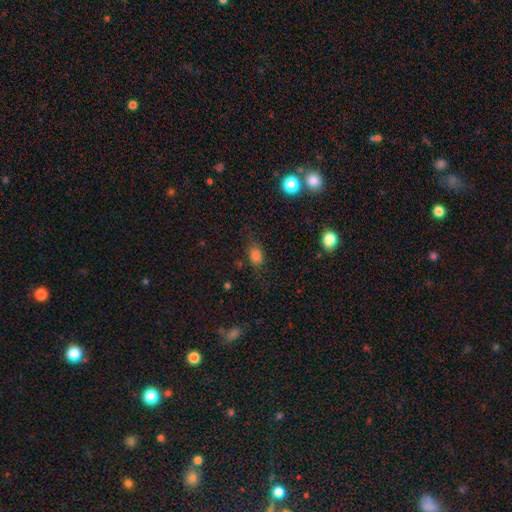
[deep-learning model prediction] Smooth or featured: smooth — 79% (star or artifact — 15%)
How rounded: in between — 74% (round — 23%)
Merging: none — 68% (minor disturbance — 22%)